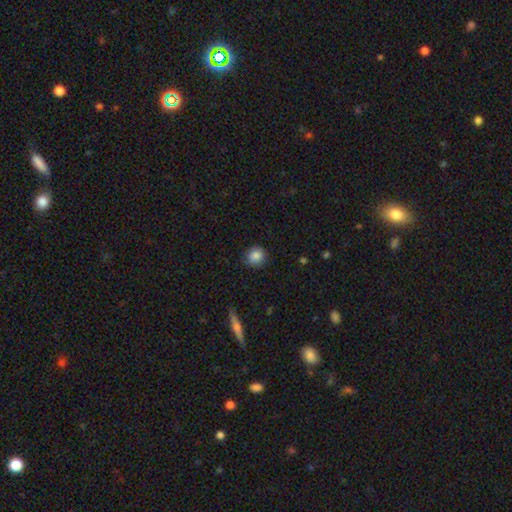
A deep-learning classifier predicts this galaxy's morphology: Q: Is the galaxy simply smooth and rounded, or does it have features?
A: smooth — 86%.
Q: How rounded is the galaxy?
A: round — 86%.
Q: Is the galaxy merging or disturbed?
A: none — 85%.